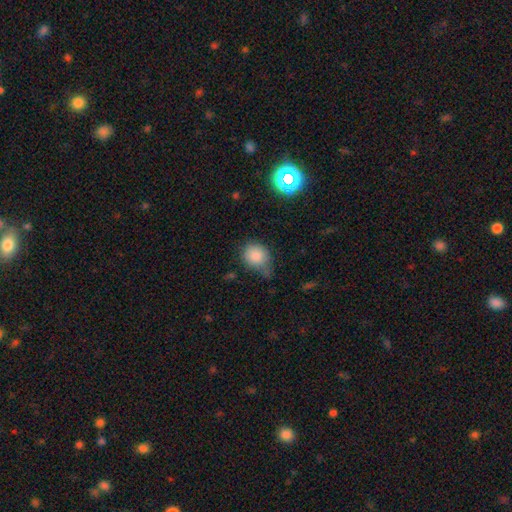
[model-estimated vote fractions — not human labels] smooth-or-featured: smooth: 84% | star or artifact: 10% | featured or disk: 6%
  how-rounded: round: 63% | in between: 35% | cigar-shaped: 1%
  merging: none: 47% | minor disturbance: 37% | major disturbance: 11% | merger: 5%